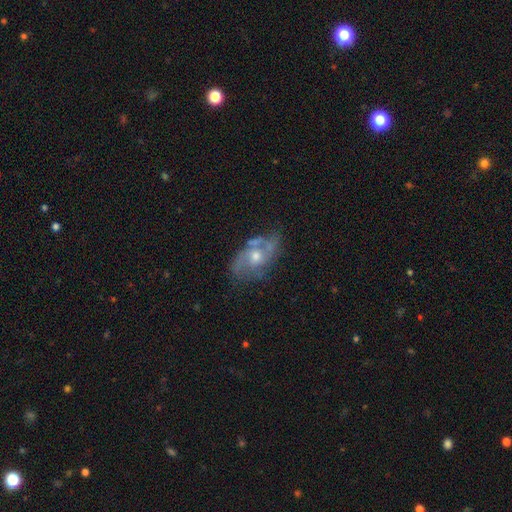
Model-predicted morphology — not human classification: smooth_or_featured: featured or disk (p=0.77) [alt: smooth p=0.16]
disk_edge_on: no (p=0.95) [alt: yes p=0.05]
bar: no (p=0.72) [alt: weak p=0.24]
has_spiral_arms: yes (p=0.84) [alt: no p=0.16]
spiral_winding: medium (p=0.46) [alt: loose p=0.27]
spiral_arm_count: 2 (p=0.60) [alt: can't tell p=0.21]
bulge_size: moderate (p=0.64) [alt: small p=0.29]
merging: none (p=0.60) [alt: minor disturbance p=0.24]